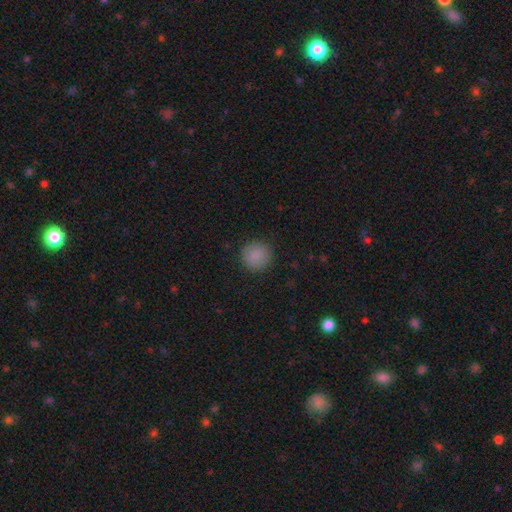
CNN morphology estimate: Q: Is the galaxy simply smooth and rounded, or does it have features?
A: smooth — 87%.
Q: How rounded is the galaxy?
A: round — 93%.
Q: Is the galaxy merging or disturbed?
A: none — 90%.